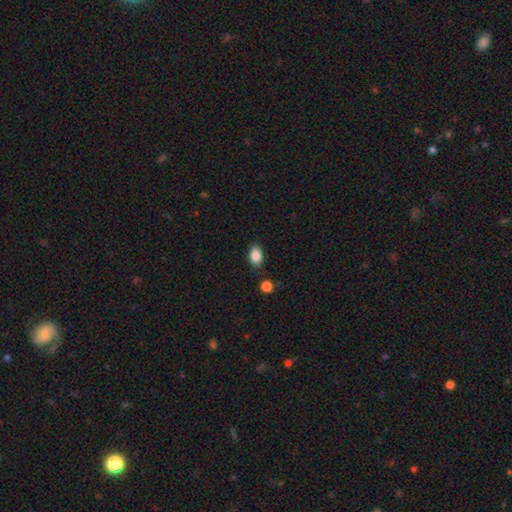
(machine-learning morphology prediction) This appears to be a smooth galaxy with no disk features (87%) that is in between round and cigar-shaped (86%). Merging: none (82%).